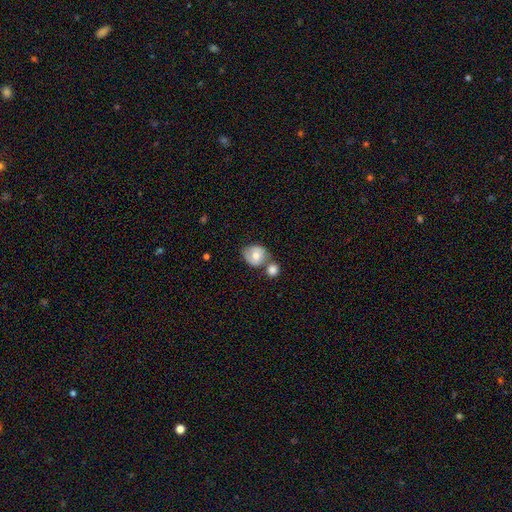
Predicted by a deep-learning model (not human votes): A smooth galaxy with no disk features (67%) that is round (77%).

Vote fractions:
- Smooth or featured? smooth: 67% / featured or disk: 25% / star or artifact: 7%
- How rounded? round: 77% / in between: 22% / cigar-shaped: 1%
- Merging? none: 46% / merger: 35% / minor disturbance: 14% / major disturbance: 5%